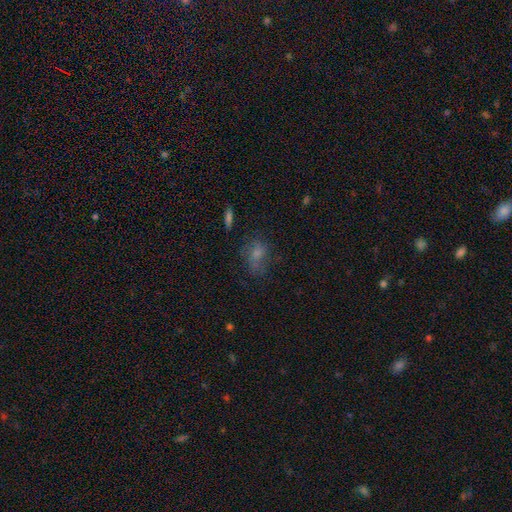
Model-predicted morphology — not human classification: type=smooth (56%); roundness=in between (64%); merging=none (51%).